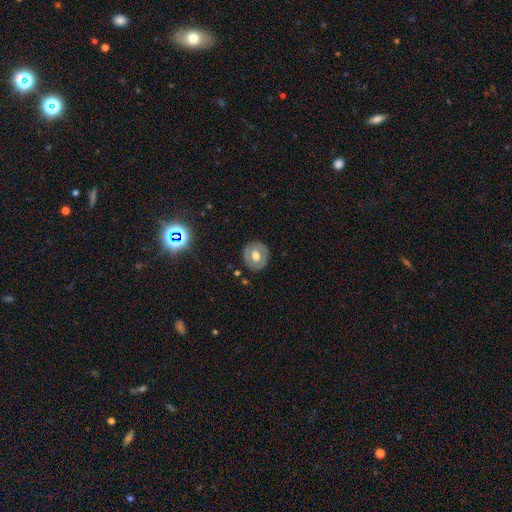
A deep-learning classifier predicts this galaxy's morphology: A smooth galaxy with no disk features (50%).

Vote fractions:
- Smooth or featured? smooth: 50% / featured or disk: 42% / star or artifact: 8%
- Merging? none: 85% / minor disturbance: 11% / major disturbance: 3% / merger: 1%